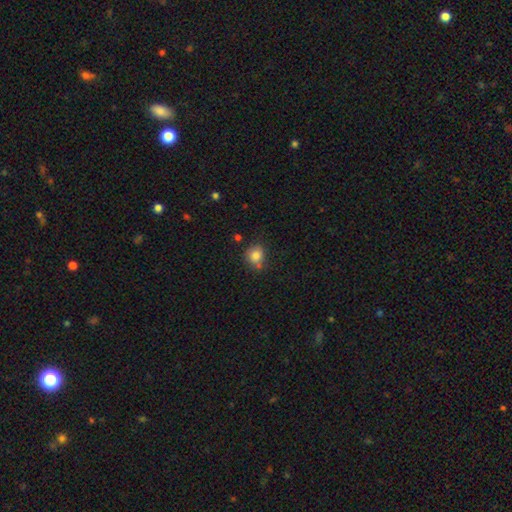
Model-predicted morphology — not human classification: type=smooth (82%); roundness=round (80%); merging=none (66%).